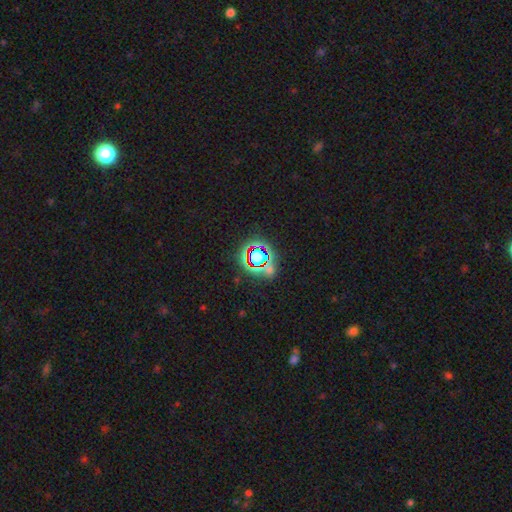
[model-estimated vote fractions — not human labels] This appears to be a star or artifact, not a galaxy (66%).